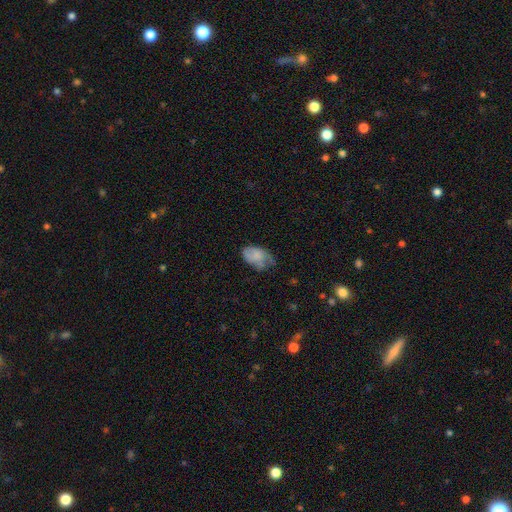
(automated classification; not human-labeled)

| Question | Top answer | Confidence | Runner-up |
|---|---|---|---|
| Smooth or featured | smooth | 70% | featured or disk (21%) |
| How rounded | in between | 90% | round (9%) |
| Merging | minor disturbance | 40% | none (38%) |